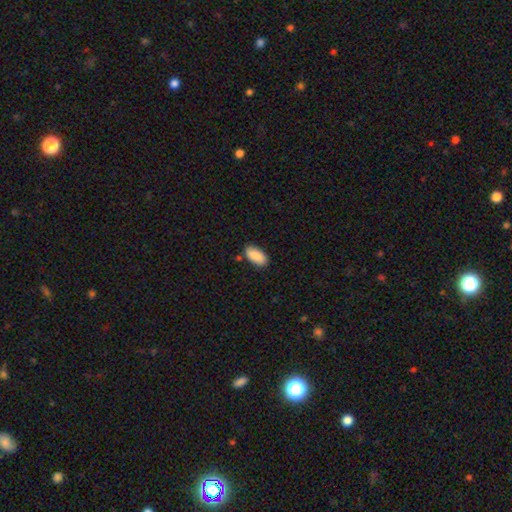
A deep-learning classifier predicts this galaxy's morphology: smooth_or_featured: smooth (p=0.89) [alt: star or artifact p=0.07]
how_rounded: in between (p=0.92) [alt: cigar-shaped p=0.06]
merging: none (p=0.83) [alt: minor disturbance p=0.12]